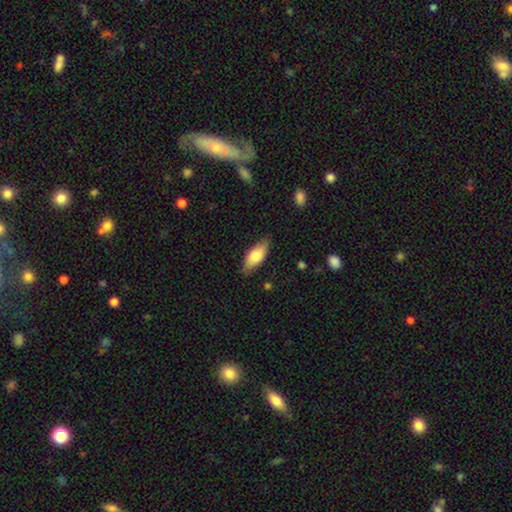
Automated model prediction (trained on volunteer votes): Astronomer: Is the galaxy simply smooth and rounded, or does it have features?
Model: smooth — 75%.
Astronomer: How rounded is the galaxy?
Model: in between — 82%.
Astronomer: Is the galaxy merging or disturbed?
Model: none — 81%.